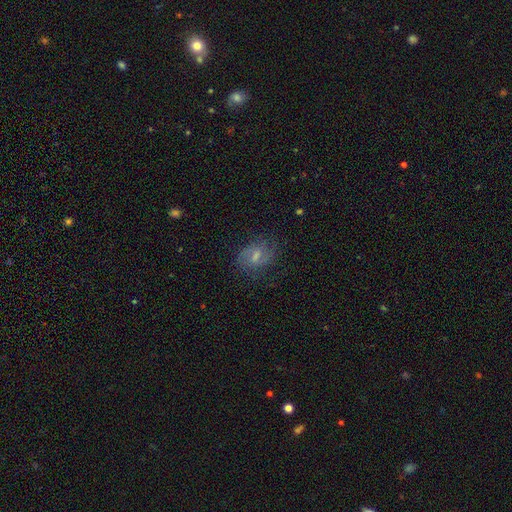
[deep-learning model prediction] smooth_or_featured: featured or disk (p=0.52) [alt: smooth p=0.31]
disk_edge_on: no (p=0.96) [alt: yes p=0.04]
merging: none (p=0.75) [alt: minor disturbance p=0.16]